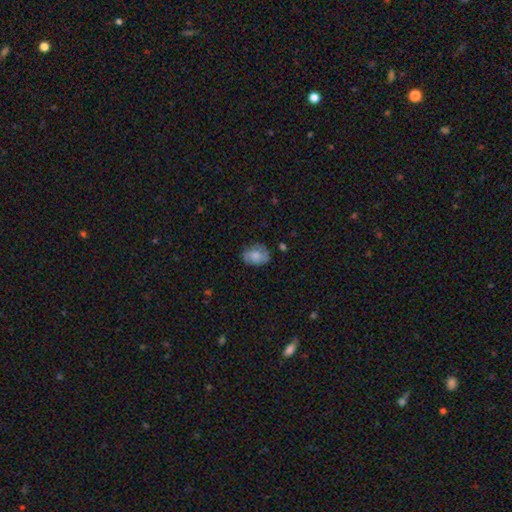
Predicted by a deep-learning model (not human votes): Morphology: type=smooth (68%); roundness=in between (61%); merging=none (72%).